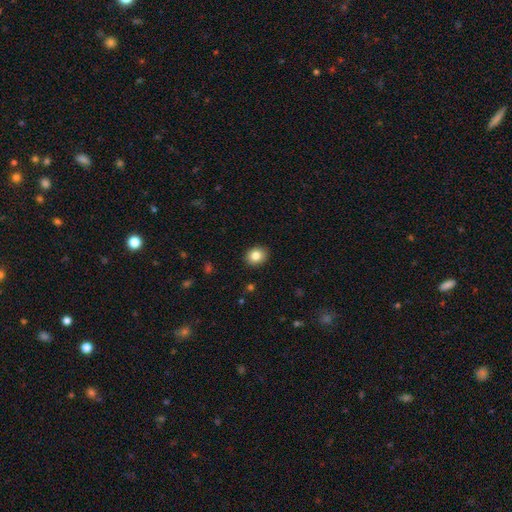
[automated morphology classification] The model was most divided on "how rounded": round: 63%, in between: 36%, cigar-shaped: 1%. More confident: merging — none (90%); smooth or featured — smooth (84%).